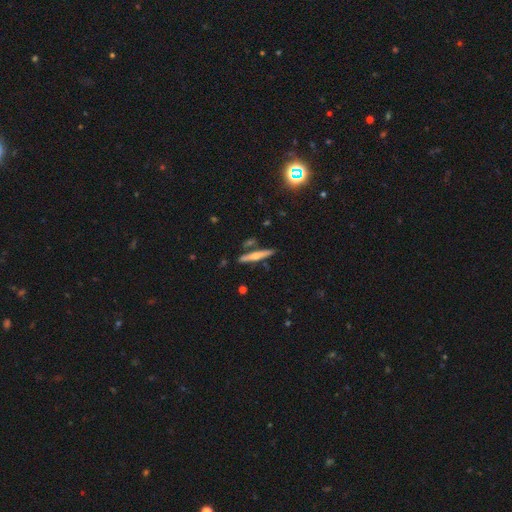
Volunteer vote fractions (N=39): This appears to be a featured or disk galaxy (56%) viewed edge-on (91%) with a rounded central bulge (70%). Merging: none (84%).